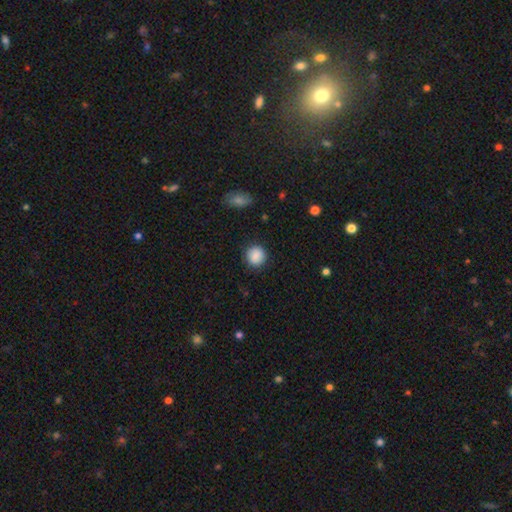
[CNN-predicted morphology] Q: Smooth or featured?
A: smooth (88%); runner-up: star or artifact (8%)
Q: How rounded?
A: round (88%); runner-up: in between (11%)
Q: Merging?
A: none (87%); runner-up: minor disturbance (9%)